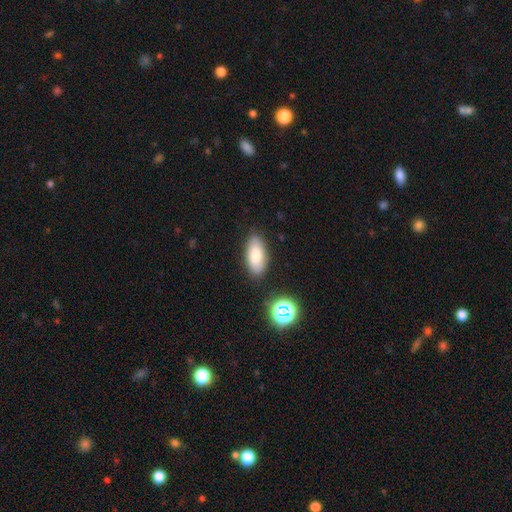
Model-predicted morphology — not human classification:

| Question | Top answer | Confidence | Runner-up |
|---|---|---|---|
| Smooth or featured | smooth | 82% | featured or disk (10%) |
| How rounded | in between | 89% | cigar-shaped (8%) |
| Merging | none | 83% | minor disturbance (12%) |